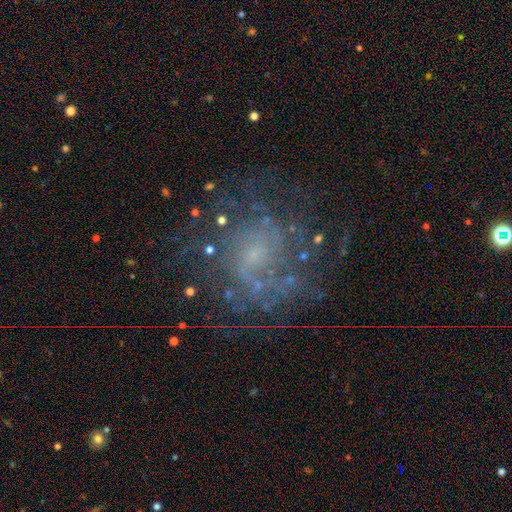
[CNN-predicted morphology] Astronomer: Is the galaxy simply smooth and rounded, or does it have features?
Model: featured or disk — 66%.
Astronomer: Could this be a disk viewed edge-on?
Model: no — 98%.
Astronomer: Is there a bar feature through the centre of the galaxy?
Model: no — 72%.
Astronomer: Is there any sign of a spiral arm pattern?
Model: yes — 72%.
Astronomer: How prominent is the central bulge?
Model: small — 56%.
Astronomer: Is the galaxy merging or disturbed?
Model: none — 67%.